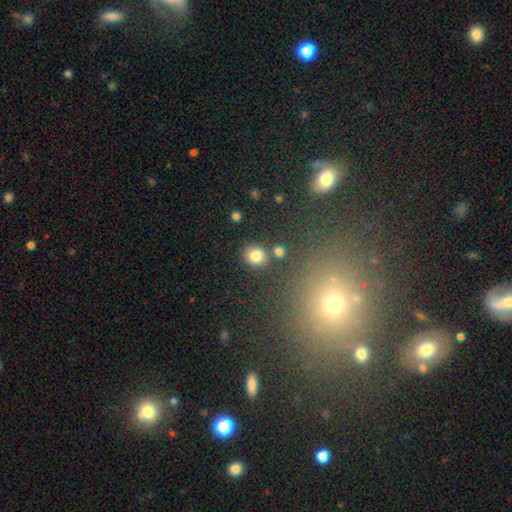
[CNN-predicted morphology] The model was most divided on "how rounded": round: 82%, in between: 17%, cigar-shaped: 1%. More confident: smooth or featured — smooth (82%); merging — none (81%).